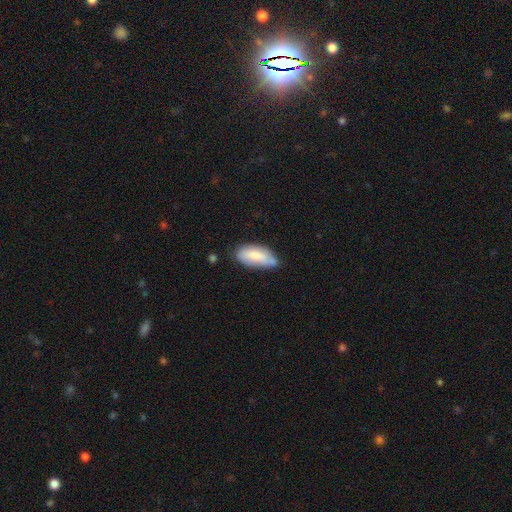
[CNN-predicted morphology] A smooth galaxy with no disk features (74%) that is in between round and cigar-shaped (89%). Merging: none (50%).